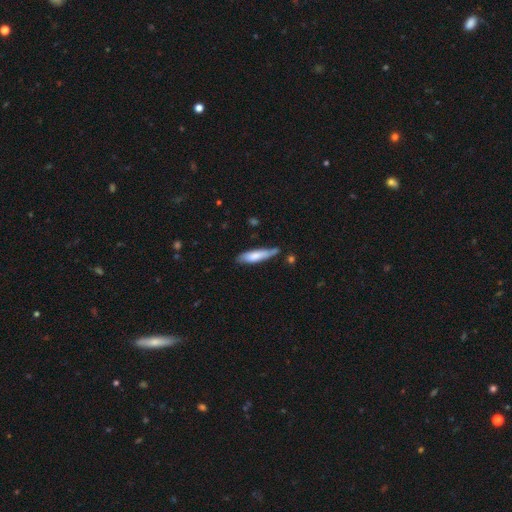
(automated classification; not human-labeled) A smooth galaxy with no disk features (74%) that is cigar-shaped (69%).

Vote fractions:
- Smooth or featured? smooth: 74% / featured or disk: 21% / star or artifact: 6%
- How rounded? cigar-shaped: 69% / in between: 30% / round: 1%
- Merging? none: 60% / minor disturbance: 28% / merger: 6% / major disturbance: 6%